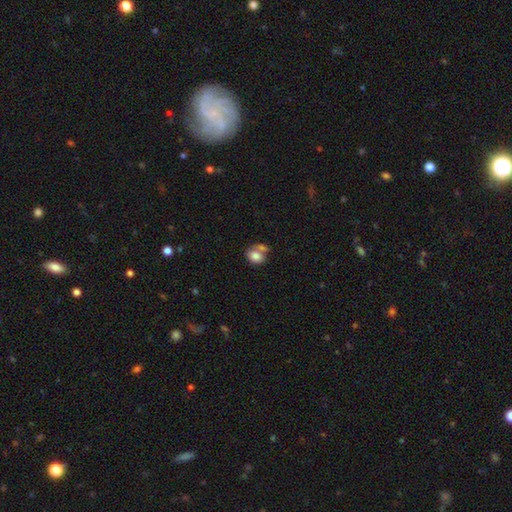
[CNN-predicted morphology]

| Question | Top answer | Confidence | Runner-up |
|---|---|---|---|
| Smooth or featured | smooth | 80% | featured or disk (12%) |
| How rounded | in between | 57% | round (42%) |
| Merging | merger | 43% | none (37%) |